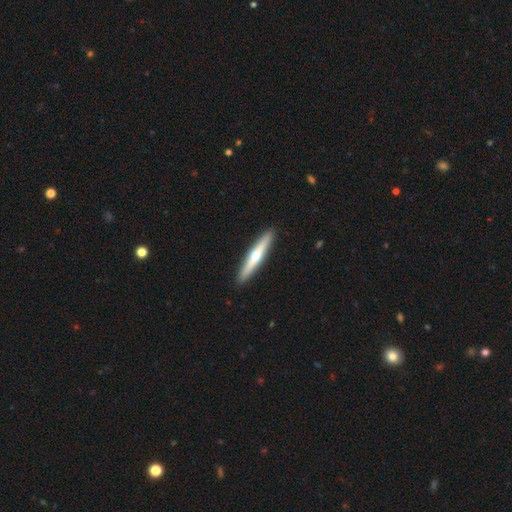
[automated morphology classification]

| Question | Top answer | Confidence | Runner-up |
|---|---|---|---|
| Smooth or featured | featured or disk | 59% | smooth (36%) |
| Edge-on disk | yes | 96% | no (4%) |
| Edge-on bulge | rounded | 90% | none (8%) |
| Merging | none | 92% | minor disturbance (5%) |